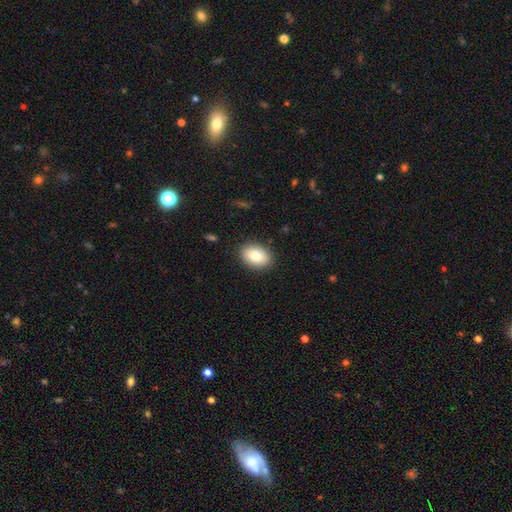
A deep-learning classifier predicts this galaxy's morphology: smooth-or-featured: smooth: 82% | featured or disk: 11% | star or artifact: 7%
  how-rounded: in between: 80% | round: 19% | cigar-shaped: 1%
  merging: none: 88% | minor disturbance: 8% | major disturbance: 2% | merger: 1%